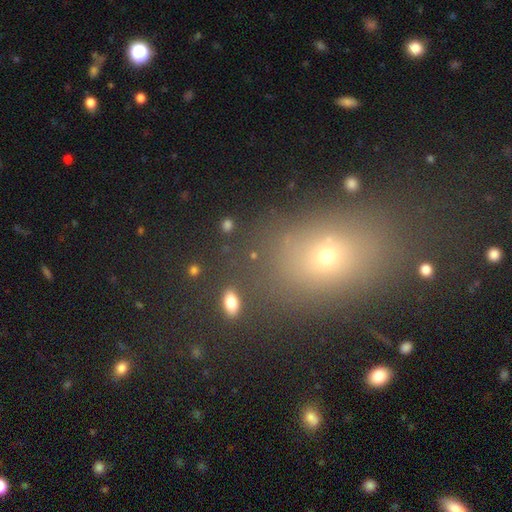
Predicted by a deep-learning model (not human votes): Smooth or featured? smooth (59%)
How rounded? in between (64%)
Merging? none (81%)